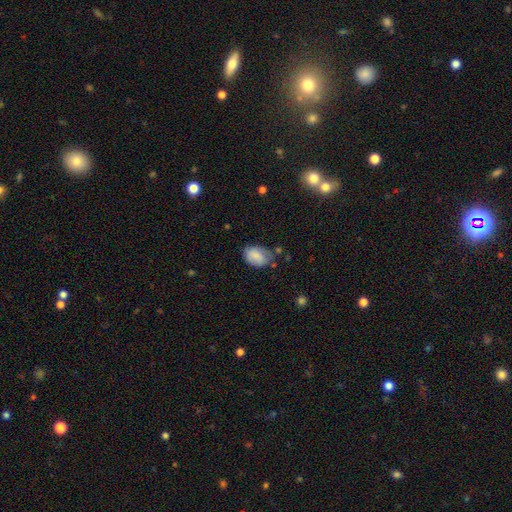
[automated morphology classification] smooth-or-featured: smooth: 81% | featured or disk: 12% | star or artifact: 8%
  how-rounded: in between: 83% | round: 16% | cigar-shaped: 1%
  merging: none: 58% | minor disturbance: 30% | major disturbance: 8% | merger: 4%